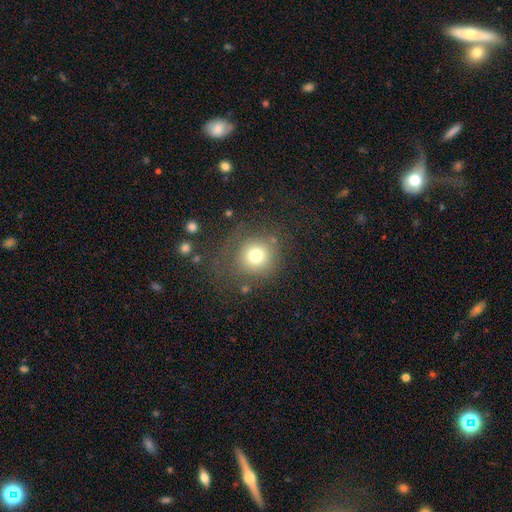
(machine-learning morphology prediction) A smooth galaxy with no disk features (73%) that is round (90%). Merging: none (68%).